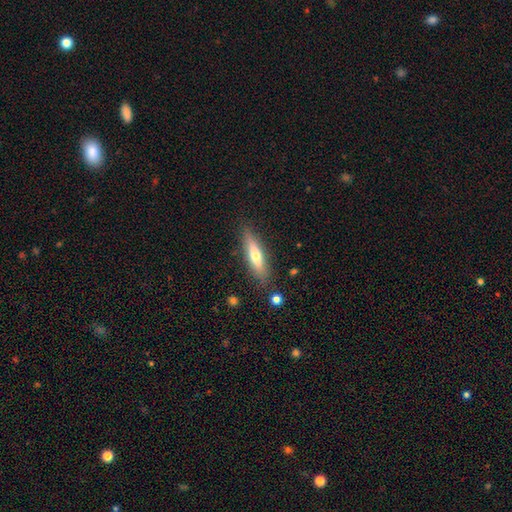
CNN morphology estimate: type=smooth (54%); roundness=cigar-shaped (74%); merging=none (84%).